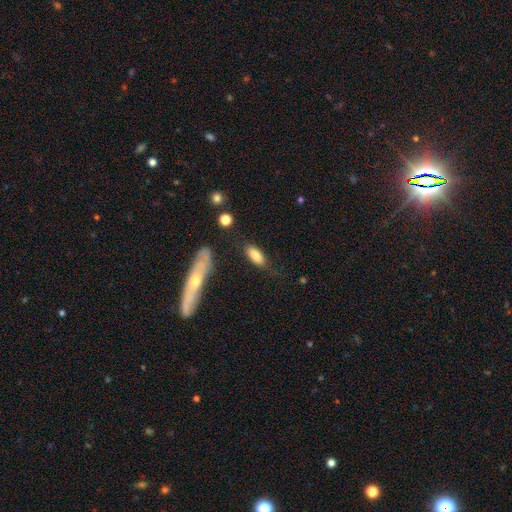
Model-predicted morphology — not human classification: smooth-or-featured: smooth: 82% | featured or disk: 12% | star or artifact: 7%
  how-rounded: in between: 81% | cigar-shaped: 16% | round: 3%
  merging: none: 69% | minor disturbance: 19% | major disturbance: 8% | merger: 4%